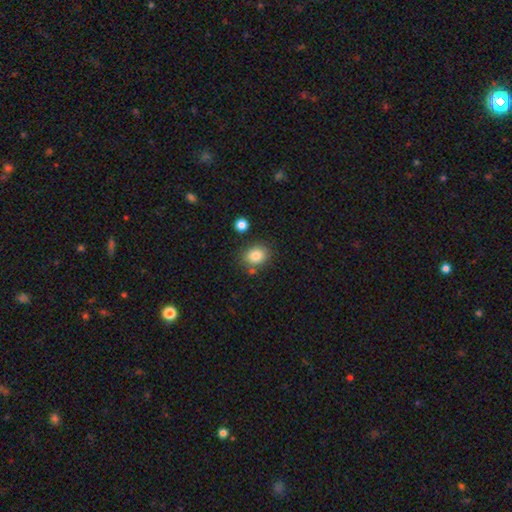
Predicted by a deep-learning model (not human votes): A smooth galaxy with no disk features (83%) that is round (57%).

Vote fractions:
- Smooth or featured? smooth: 83% / star or artifact: 10% / featured or disk: 7%
- How rounded? round: 57% / in between: 42% / cigar-shaped: 1%
- Merging? none: 77% / minor disturbance: 12% / merger: 7% / major disturbance: 3%